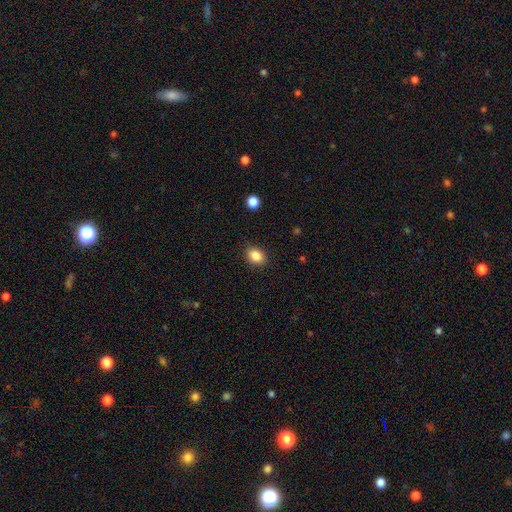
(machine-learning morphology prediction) Smooth or featured? Predicted: smooth (p=0.86). How rounded? Predicted: in between (p=0.59). Merging? Predicted: none (p=0.86).